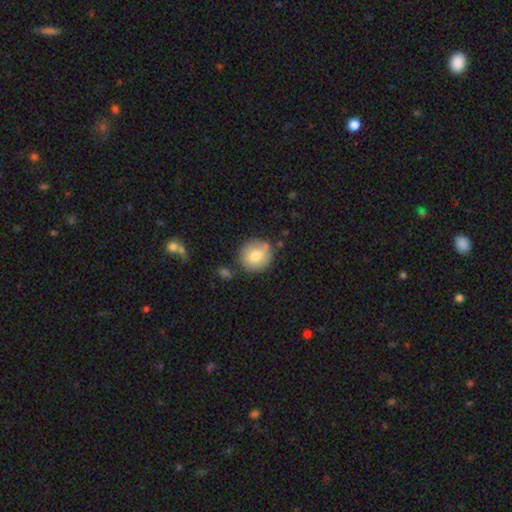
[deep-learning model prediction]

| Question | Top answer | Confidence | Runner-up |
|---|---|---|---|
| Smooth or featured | smooth | 76% | featured or disk (16%) |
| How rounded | round | 91% | in between (8%) |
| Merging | none | 78% | minor disturbance (12%) |